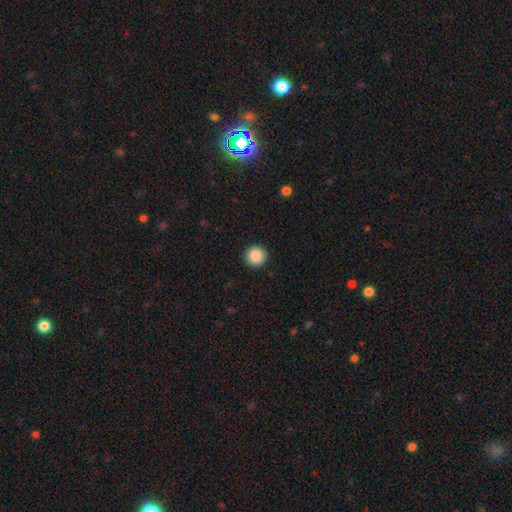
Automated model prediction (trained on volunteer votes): Overall: smooth (88%). How rounded: round (96%). Merging: none (93%).